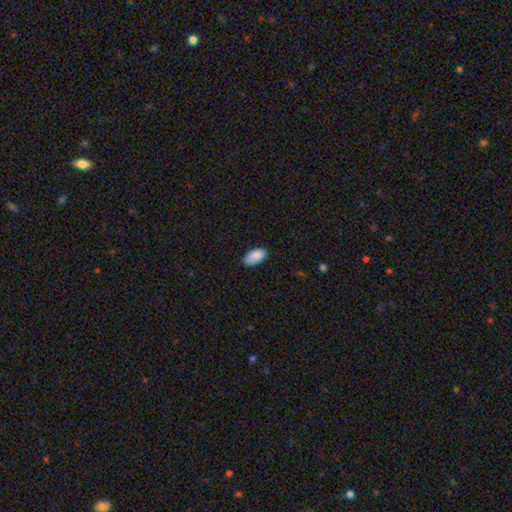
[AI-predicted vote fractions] Q: Smooth or featured?
A: smooth (88%); runner-up: star or artifact (7%)
Q: How rounded?
A: in between (95%); runner-up: round (3%)
Q: Merging?
A: none (79%); runner-up: minor disturbance (18%)